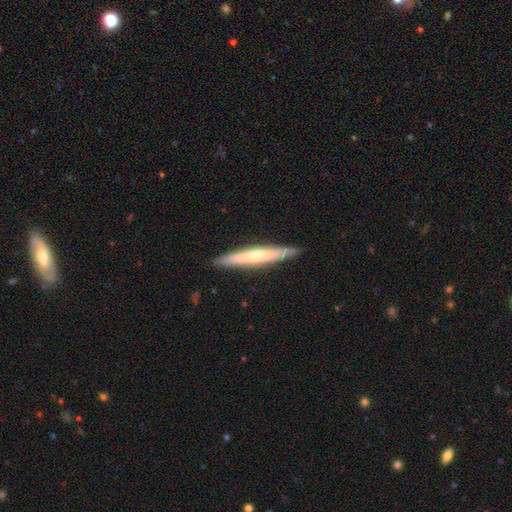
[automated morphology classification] Smooth or featured? Predicted: featured or disk (p=0.50). Edge-on disk? Predicted: yes (p=0.95). Merging? Predicted: none (p=0.91).